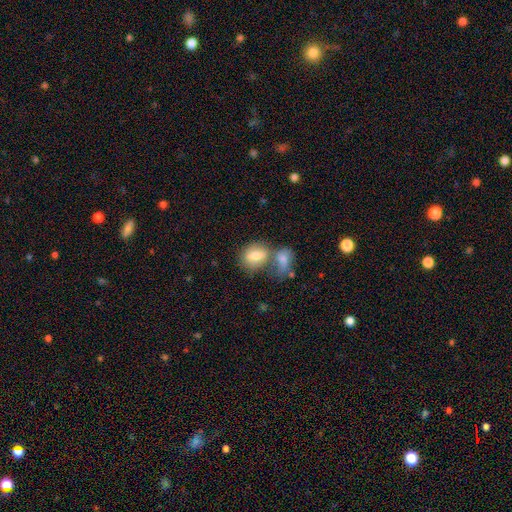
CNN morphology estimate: A smooth galaxy with no disk features (77%) that is in between round and cigar-shaped (64%). Merging: merger (47%).